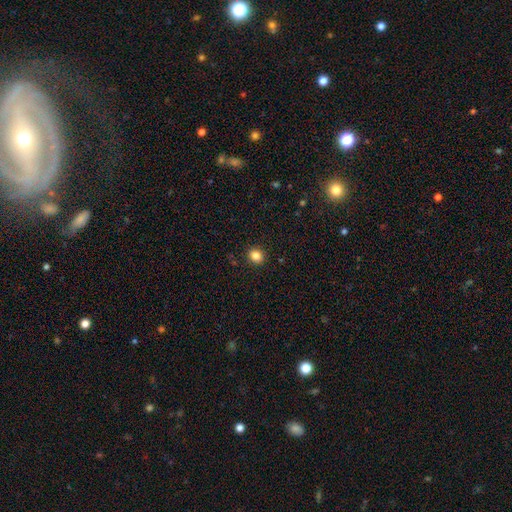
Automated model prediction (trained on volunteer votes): This appears to be a smooth galaxy with no disk features (84%) that is round (73%). Merging: none (91%).